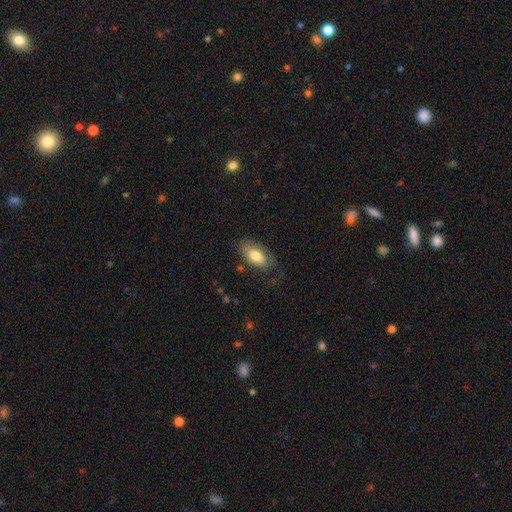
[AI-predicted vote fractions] Smooth or featured? Predicted: smooth (p=0.72). How rounded? Predicted: in between (p=0.92). Merging? Predicted: none (p=0.60).